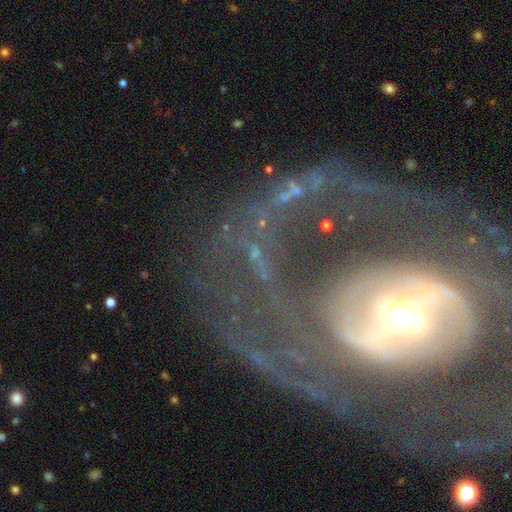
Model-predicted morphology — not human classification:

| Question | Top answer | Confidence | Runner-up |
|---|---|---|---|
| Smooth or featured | star or artifact | 59% | featured or disk (27%) |